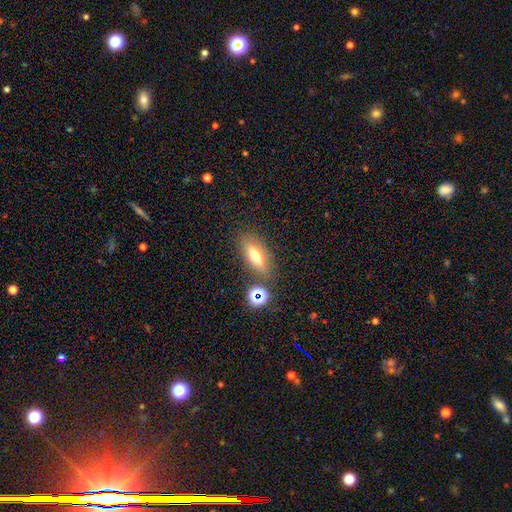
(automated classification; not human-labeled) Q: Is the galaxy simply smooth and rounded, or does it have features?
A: smooth — 65%.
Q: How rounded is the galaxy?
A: in between — 67%.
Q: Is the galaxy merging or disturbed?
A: none — 78%.